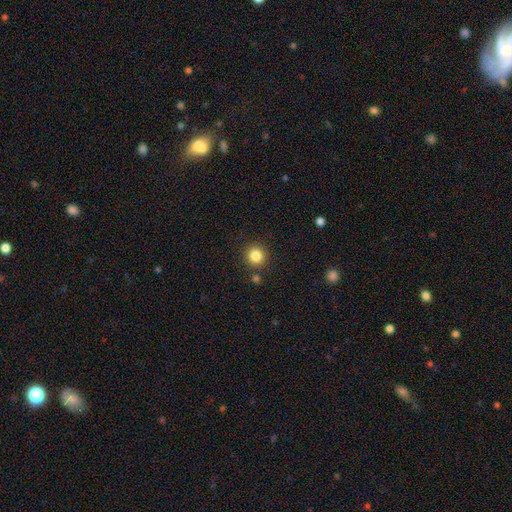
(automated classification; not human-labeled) Smooth or featured? Predicted: smooth (p=0.84). How rounded? Predicted: round (p=0.93). Merging? Predicted: none (p=0.88).